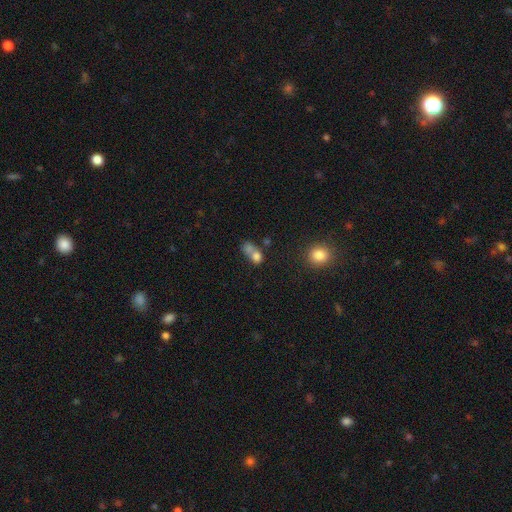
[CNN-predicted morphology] smooth-or-featured: smooth: 73% | featured or disk: 15% | star or artifact: 12%
  how-rounded: round: 50% | in between: 47% | cigar-shaped: 3%
  merging: merger: 58% | none: 23% | minor disturbance: 10% | major disturbance: 9%